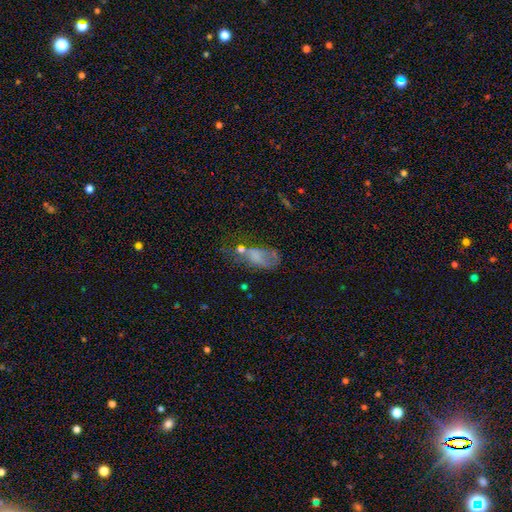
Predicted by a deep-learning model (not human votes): smooth-or-featured: smooth: 58% | featured or disk: 29% | star or artifact: 14%
  how-rounded: in between: 86% | round: 7% | cigar-shaped: 7%
  merging: major disturbance: 37% | none: 25% | minor disturbance: 22% | merger: 16%